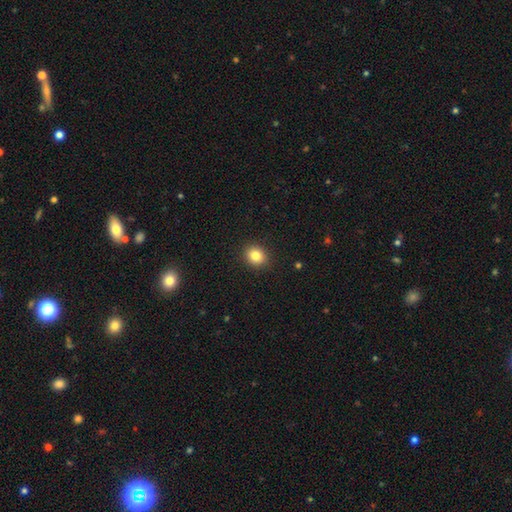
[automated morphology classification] Smooth or featured: smooth — 83% (star or artifact — 11%)
How rounded: round — 68% (in between — 31%)
Merging: none — 91% (minor disturbance — 6%)